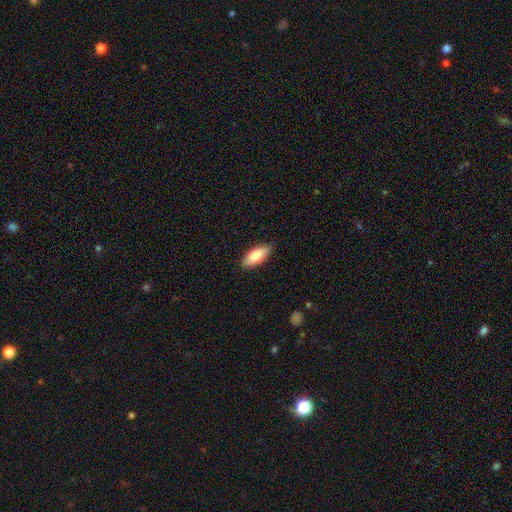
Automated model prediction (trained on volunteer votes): A smooth galaxy with no disk features (80%) that is in between round and cigar-shaped (81%). Merging: none (87%).